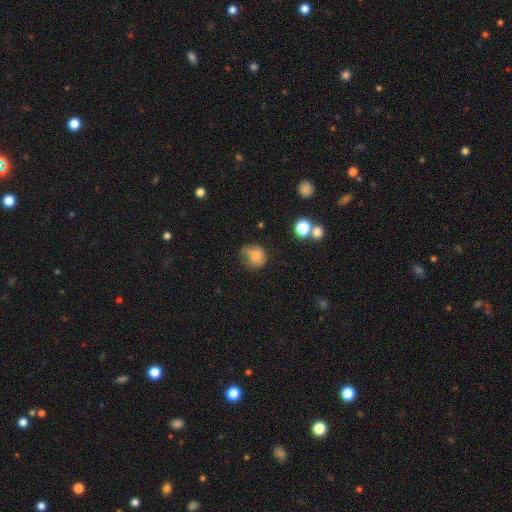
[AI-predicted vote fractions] Smooth or featured: smooth — 72% (featured or disk — 17%)
How rounded: round — 74% (in between — 25%)
Merging: none — 46% (minor disturbance — 33%)